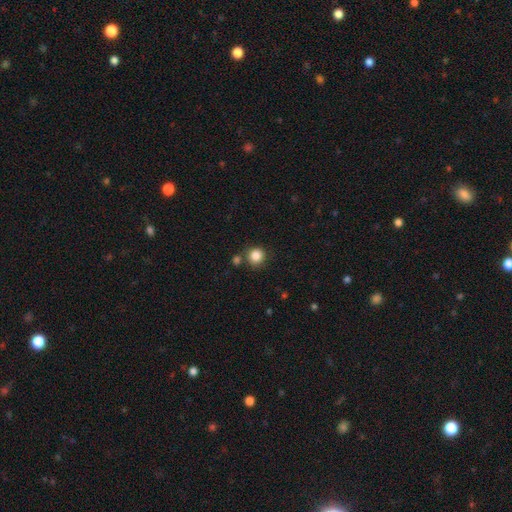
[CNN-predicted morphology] Q: Smooth or featured?
A: smooth (86%); runner-up: star or artifact (10%)
Q: How rounded?
A: round (92%); runner-up: in between (7%)
Q: Merging?
A: none (77%); runner-up: merger (11%)